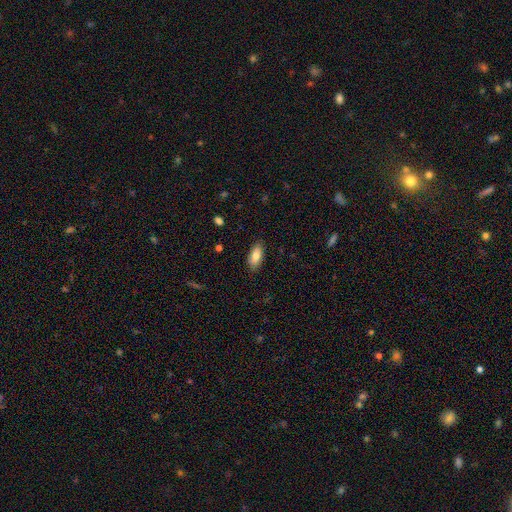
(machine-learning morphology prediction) Smooth or featured? Predicted: smooth (p=0.81). How rounded? Predicted: in between (p=0.88). Merging? Predicted: none (p=0.86).